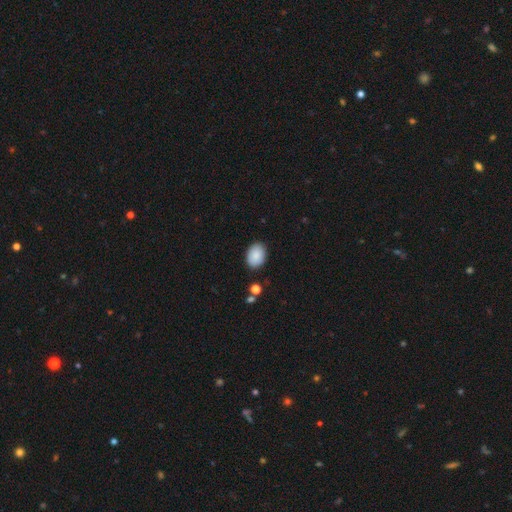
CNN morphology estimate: Q: Smooth or featured?
A: smooth (88%); runner-up: star or artifact (7%)
Q: How rounded?
A: in between (79%); runner-up: round (20%)
Q: Merging?
A: none (86%); runner-up: minor disturbance (10%)